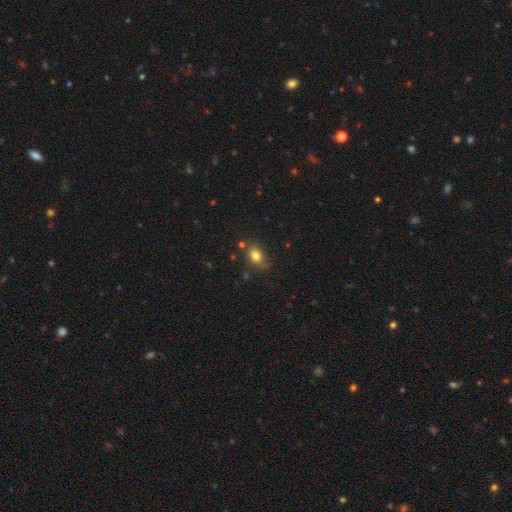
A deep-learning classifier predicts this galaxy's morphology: Smooth or featured?
  - smooth: 80% *
  - star or artifact: 11%
  - featured or disk: 9%
How rounded?
  - in between: 69% *
  - round: 29%
  - cigar-shaped: 2%
Merging?
  - none: 72% *
  - minor disturbance: 19%
  - major disturbance: 4%
  - merger: 4%